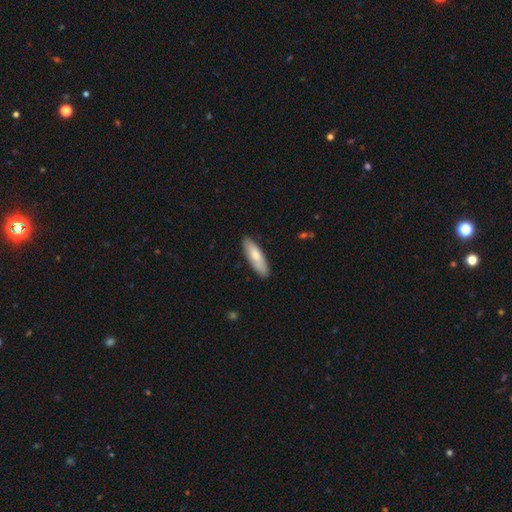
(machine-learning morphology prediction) The model was most divided on "how rounded": cigar-shaped: 55%, in between: 44%, round: 2%. More confident: merging — none (86%); smooth or featured — smooth (74%).